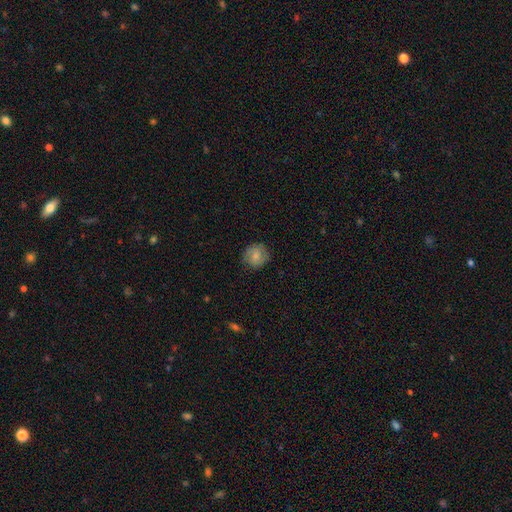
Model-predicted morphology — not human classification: This is likely a smooth galaxy (76%). How rounded: clearly round (86%). Merging: clearly none (80%).